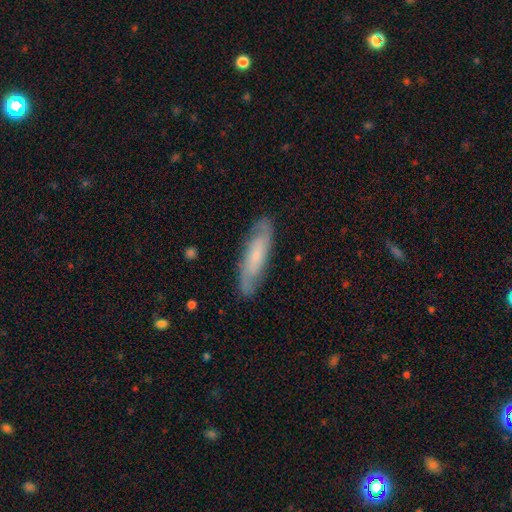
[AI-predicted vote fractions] This is possibly a featured or disk galaxy (60%). It is likely not viewed edge-on (76%). Merging: clearly none (83%).